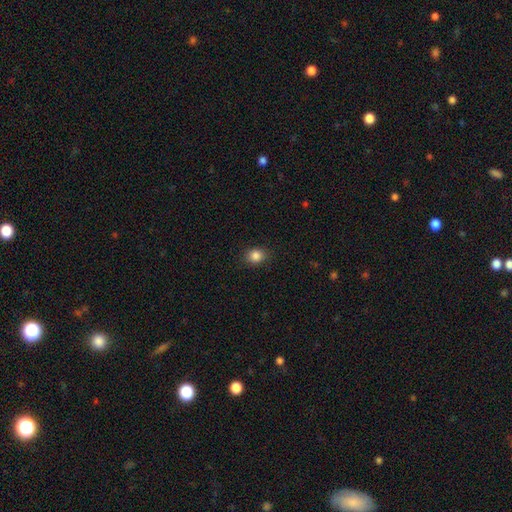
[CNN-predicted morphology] This appears to be a smooth galaxy with no disk features (85%) that is round (67%). Merging: none (87%).